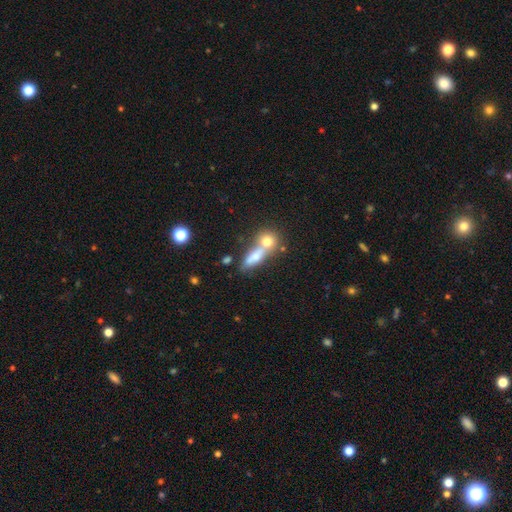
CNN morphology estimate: This is likely a smooth galaxy (60%). How rounded: possibly in between (47%). Merging: possibly merger (58%).